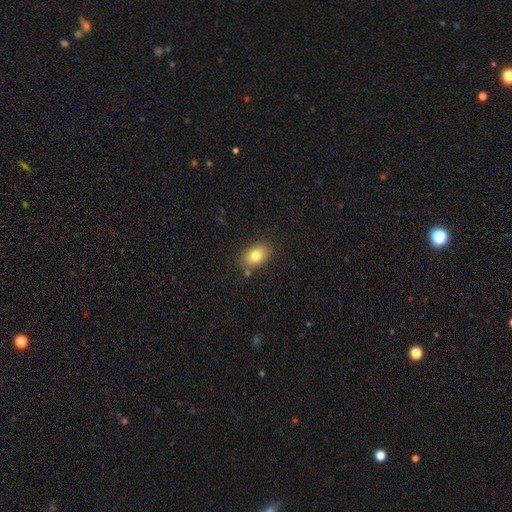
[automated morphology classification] Smooth or featured?
  - smooth: 80% *
  - featured or disk: 11%
  - star or artifact: 10%
How rounded?
  - in between: 77% *
  - round: 22%
  - cigar-shaped: 1%
Merging?
  - none: 81% *
  - minor disturbance: 13%
  - merger: 4%
  - major disturbance: 3%